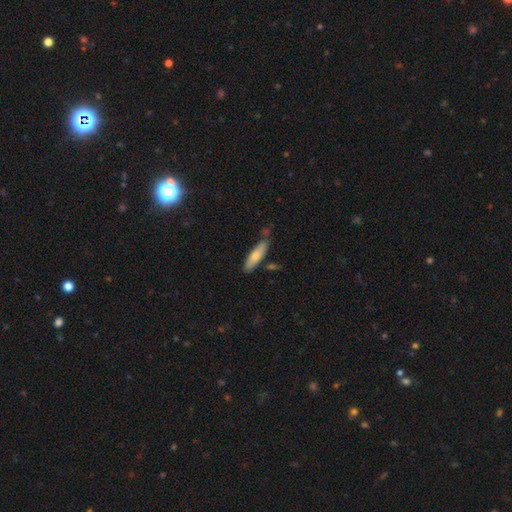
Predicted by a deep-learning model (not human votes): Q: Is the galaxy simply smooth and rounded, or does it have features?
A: smooth — 68%.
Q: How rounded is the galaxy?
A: cigar-shaped — 64%.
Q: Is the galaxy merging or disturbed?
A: none — 69%.